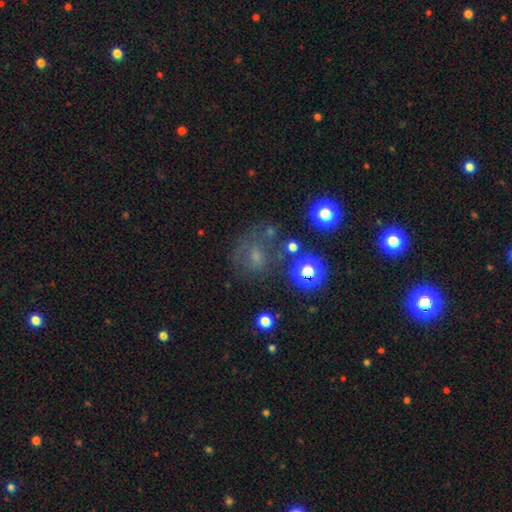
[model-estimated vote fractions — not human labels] Q: Smooth or featured?
A: smooth (43%); runner-up: star or artifact (31%)
Q: Merging?
A: none (53%); runner-up: minor disturbance (21%)